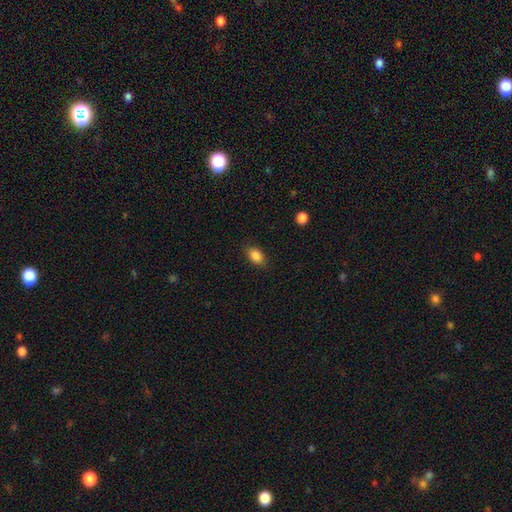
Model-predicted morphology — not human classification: The model was most divided on "merging": none: 84%, minor disturbance: 12%, major disturbance: 3%, merger: 1%. More confident: smooth or featured — smooth (87%); how rounded — in between (86%).